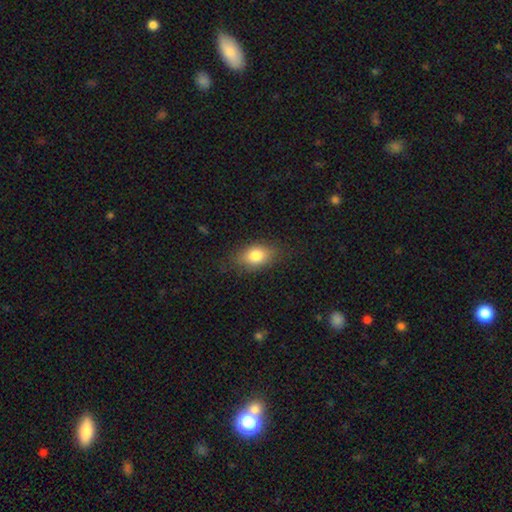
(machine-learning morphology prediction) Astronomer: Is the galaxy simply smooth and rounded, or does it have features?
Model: smooth — 80%.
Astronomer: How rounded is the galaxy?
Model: in between — 80%.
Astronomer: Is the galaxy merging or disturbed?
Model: none — 79%.